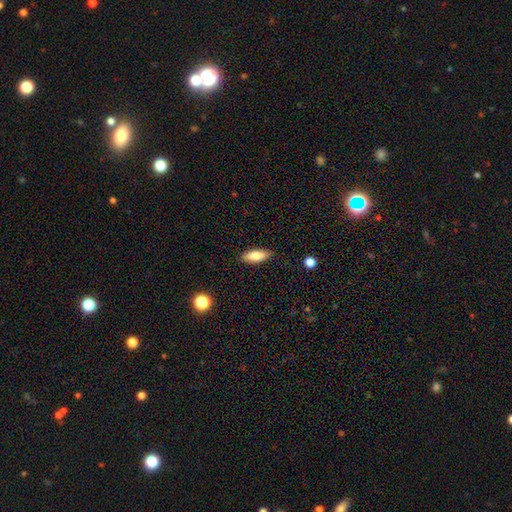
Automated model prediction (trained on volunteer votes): smooth-or-featured: smooth: 83% | featured or disk: 10% | star or artifact: 7%
  how-rounded: in between: 72% | cigar-shaped: 26% | round: 2%
  merging: none: 88% | minor disturbance: 9% | major disturbance: 2% | merger: 1%